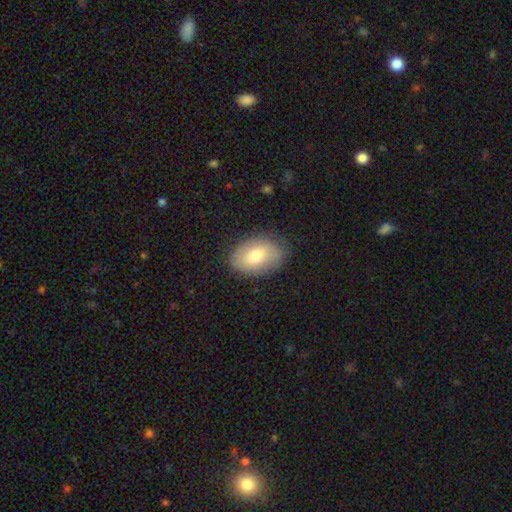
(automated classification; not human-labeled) Smooth or featured? Predicted: smooth (p=0.72). How rounded? Predicted: in between (p=0.87). Merging? Predicted: none (p=0.82).